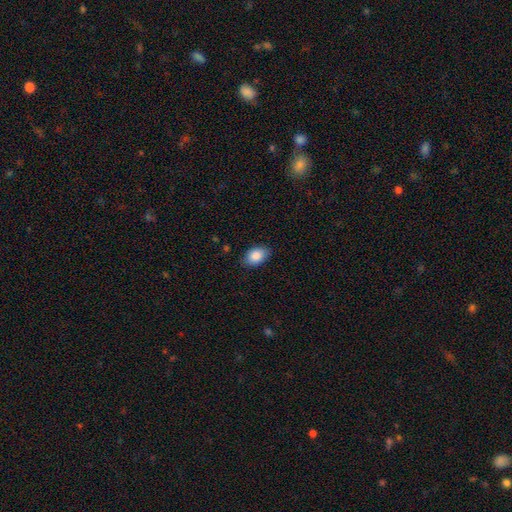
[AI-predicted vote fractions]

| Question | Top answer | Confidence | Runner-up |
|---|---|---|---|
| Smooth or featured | smooth | 87% | star or artifact (7%) |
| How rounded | in between | 88% | round (11%) |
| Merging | none | 84% | minor disturbance (12%) |